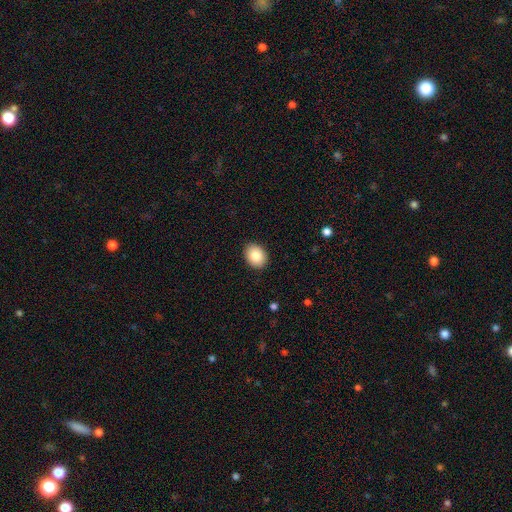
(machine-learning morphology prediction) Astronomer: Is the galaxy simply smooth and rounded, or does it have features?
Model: smooth — 86%.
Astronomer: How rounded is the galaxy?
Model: in between — 61% (runner-up: round, 38%).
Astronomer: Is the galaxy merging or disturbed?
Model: none — 90%.